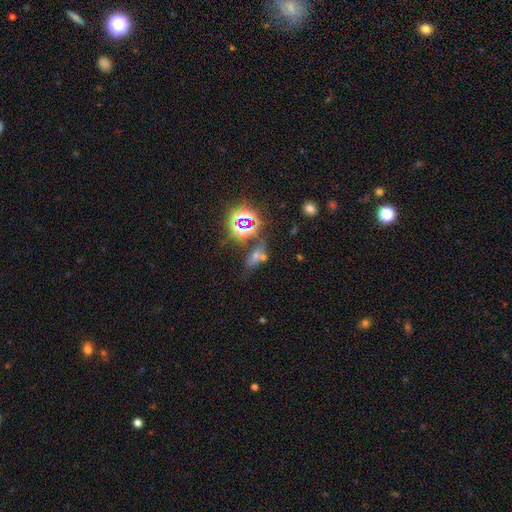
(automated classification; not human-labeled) A star or artifact, not a galaxy (54%).

Vote fractions:
- Smooth or featured? star or artifact: 54% / smooth: 29% / featured or disk: 17%